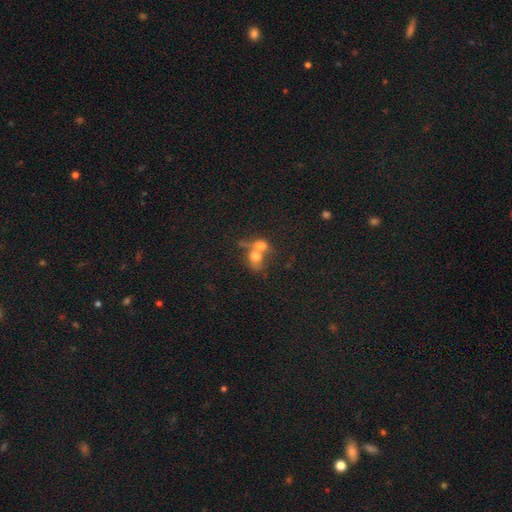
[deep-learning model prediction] This appears to be a smooth galaxy with no disk features (68%) that is round (51%). Merging: merger (71%).